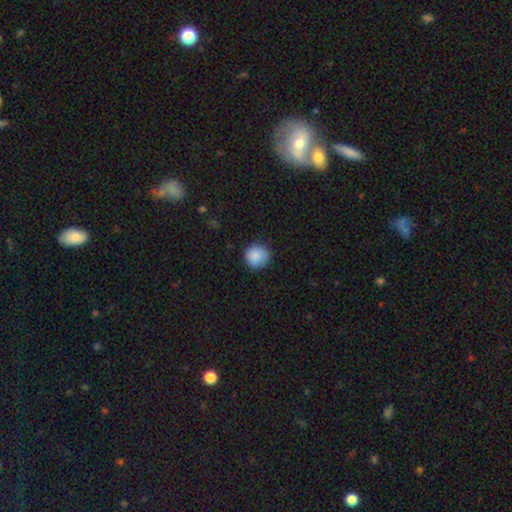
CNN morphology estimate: Overall: smooth (88%). How rounded: round (92%). Merging: none (83%).